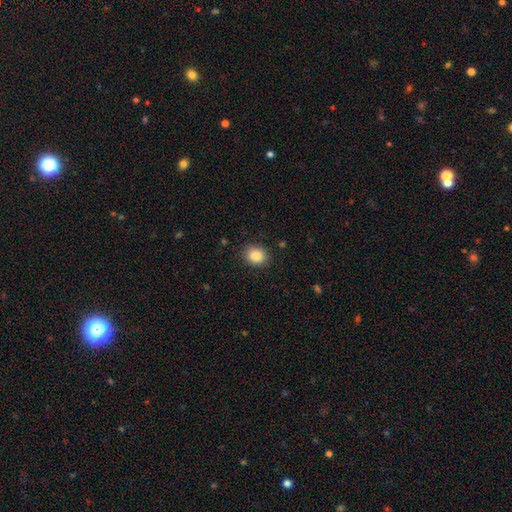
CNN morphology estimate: Smooth or featured? Predicted: smooth (p=0.87). How rounded? Predicted: round (p=0.56). Merging? Predicted: none (p=0.88).